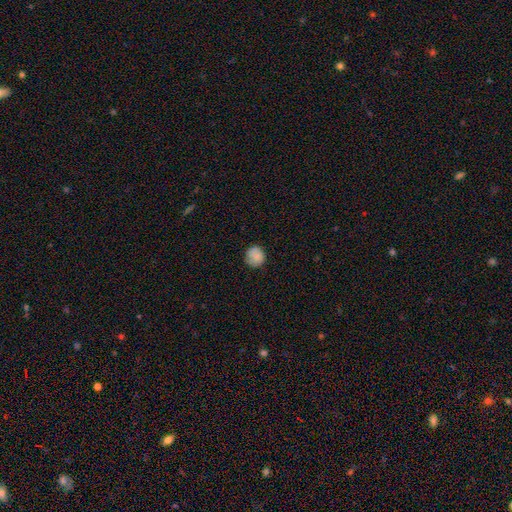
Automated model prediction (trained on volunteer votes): Smooth or featured: smooth — 84% (star or artifact — 8%)
How rounded: round — 92% (in between — 7%)
Merging: none — 81% (minor disturbance — 15%)